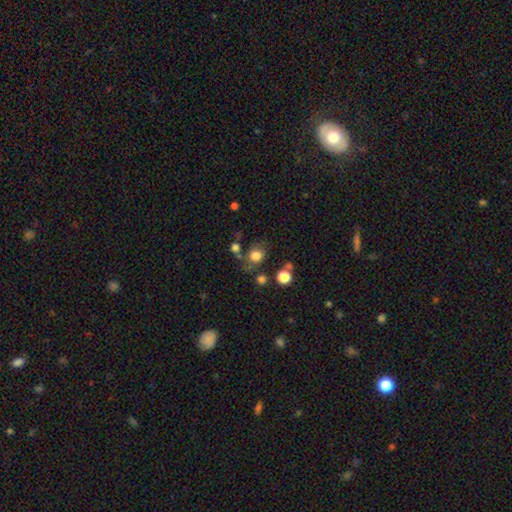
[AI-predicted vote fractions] smooth-or-featured: smooth: 76% | star or artifact: 12% | featured or disk: 11%
  how-rounded: round: 70% | in between: 29% | cigar-shaped: 1%
  merging: none: 61% | minor disturbance: 18% | merger: 12% | major disturbance: 10%